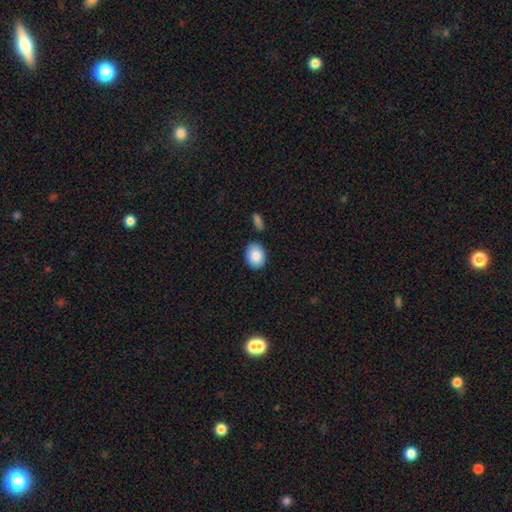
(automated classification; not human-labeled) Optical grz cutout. It shows a smooth galaxy with no disk features (85%) that is in between round and cigar-shaped (57%). Merging: none (83%).